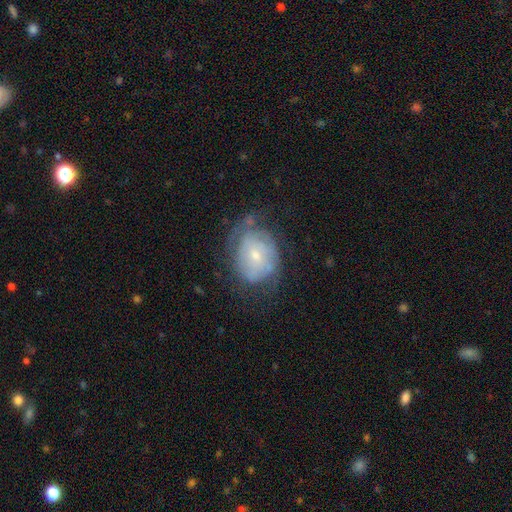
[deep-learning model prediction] smooth_or_featured: featured or disk (p=0.63) [alt: smooth p=0.30]
disk_edge_on: no (p=0.97) [alt: yes p=0.03]
bar: no (p=0.65) [alt: weak p=0.30]
has_spiral_arms: yes (p=0.74) [alt: no p=0.26]
bulge_size: small (p=0.62) [alt: moderate p=0.33]
merging: none (p=0.52) [alt: minor disturbance p=0.28]